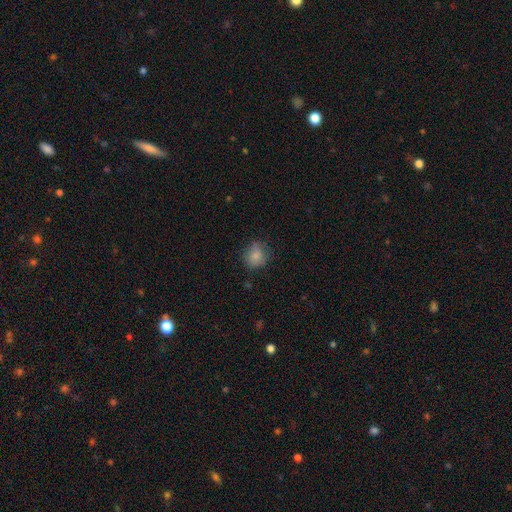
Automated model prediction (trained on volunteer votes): smooth-or-featured: smooth: 81% | star or artifact: 10% | featured or disk: 9%
  how-rounded: round: 71% | in between: 28% | cigar-shaped: 1%
  merging: none: 70% | minor disturbance: 22% | major disturbance: 6% | merger: 2%